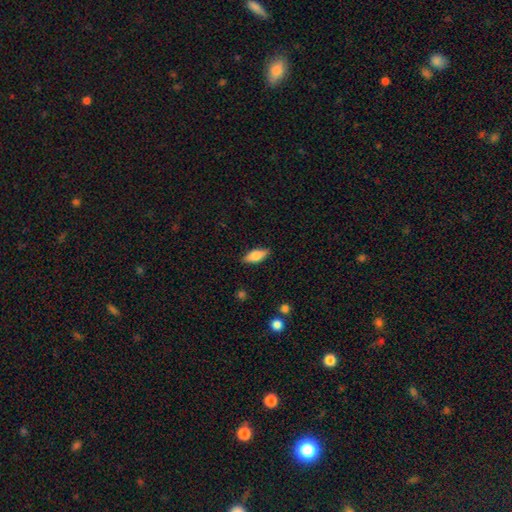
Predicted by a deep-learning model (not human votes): smooth 71%, featured or disk 22%, star or artifact 7%. Down the decision tree: how rounded — in between (70%); merging — none (86%).